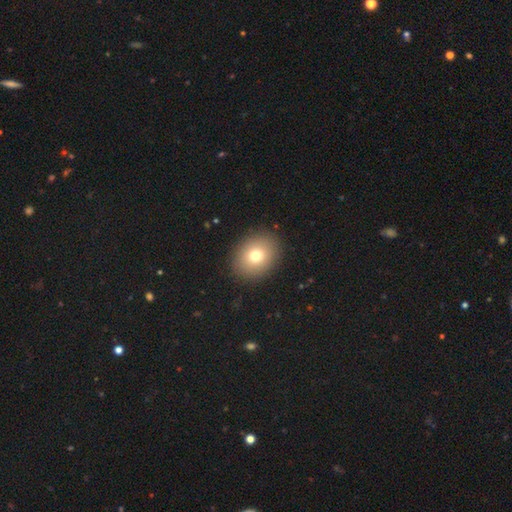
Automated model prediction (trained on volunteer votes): The model was most divided on "how rounded": round: 55%, in between: 44%, cigar-shaped: 1%. More confident: merging — none (90%); smooth or featured — smooth (75%).